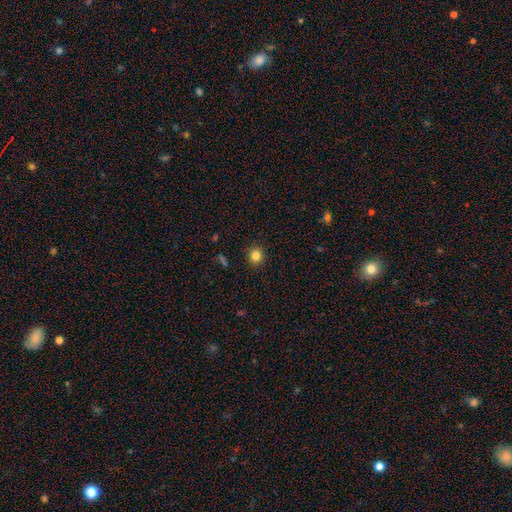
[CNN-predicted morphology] smooth_or_featured: smooth (p=0.83) [alt: star or artifact p=0.12]
how_rounded: round (p=0.89) [alt: in between p=0.11]
merging: none (p=0.91) [alt: minor disturbance p=0.06]